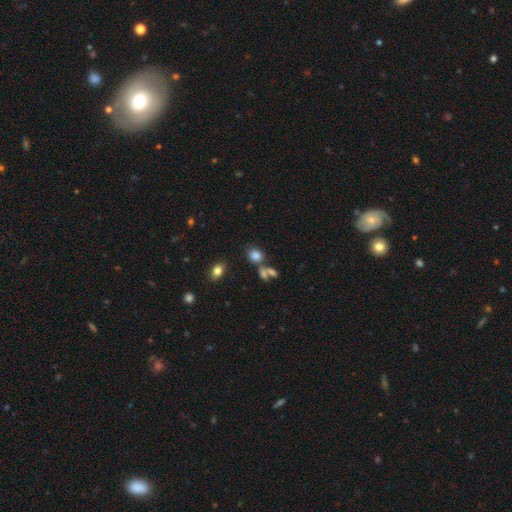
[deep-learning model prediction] Smooth or featured? Predicted: smooth (p=0.80). How rounded? Predicted: round (p=0.59). Merging? Predicted: none (p=0.57).